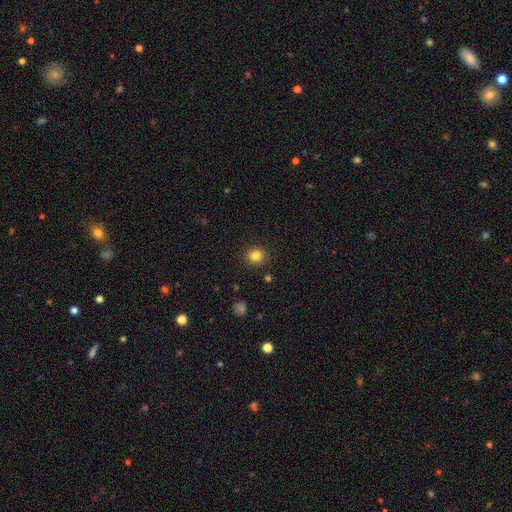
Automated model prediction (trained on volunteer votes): Smooth or featured? Predicted: smooth (p=0.83). How rounded? Predicted: round (p=0.89). Merging? Predicted: none (p=0.91).